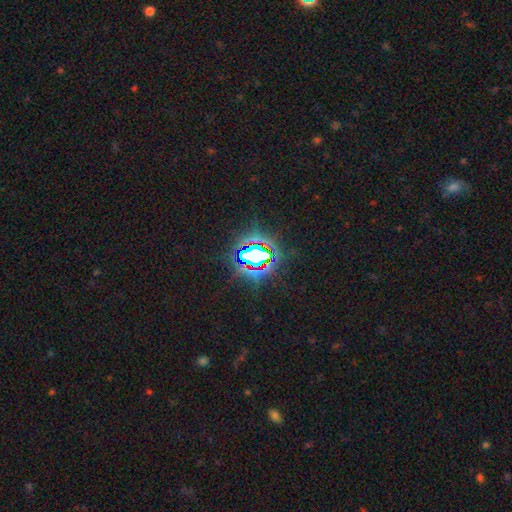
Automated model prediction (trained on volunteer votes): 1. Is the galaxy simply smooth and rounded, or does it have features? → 73% star or artifact, 15% smooth, 12% featured or disk.